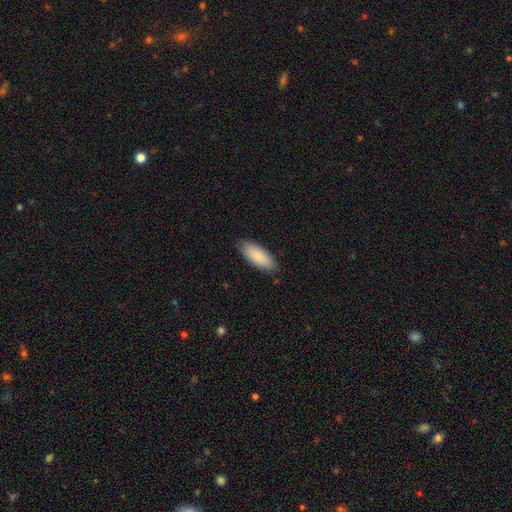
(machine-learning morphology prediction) This is clearly a smooth galaxy (88%). How rounded: likely in between (75%). Merging: clearly none (88%).